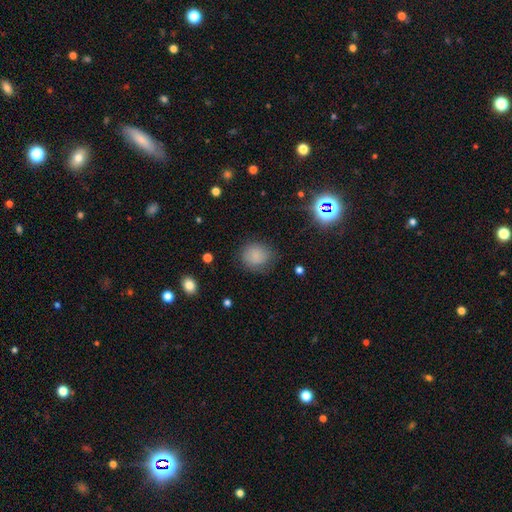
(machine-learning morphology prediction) Smooth or featured?
  - smooth: 81% *
  - star or artifact: 11%
  - featured or disk: 8%
How rounded?
  - round: 79% *
  - in between: 20%
  - cigar-shaped: 1%
Merging?
  - none: 76% *
  - minor disturbance: 17%
  - major disturbance: 6%
  - merger: 1%